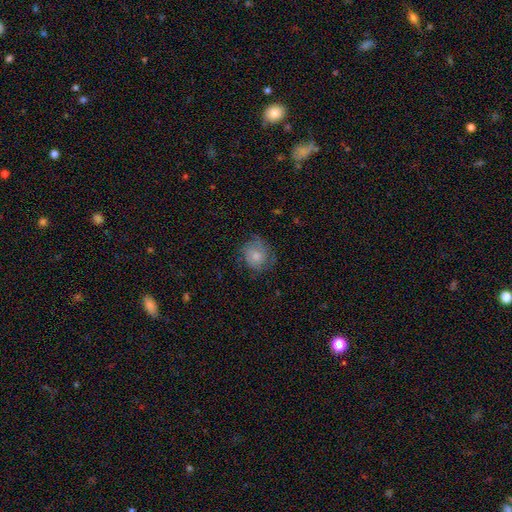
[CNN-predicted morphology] Smooth or featured? Predicted: smooth (p=0.54). How rounded? Predicted: round (p=0.75). Merging? Predicted: none (p=0.64).